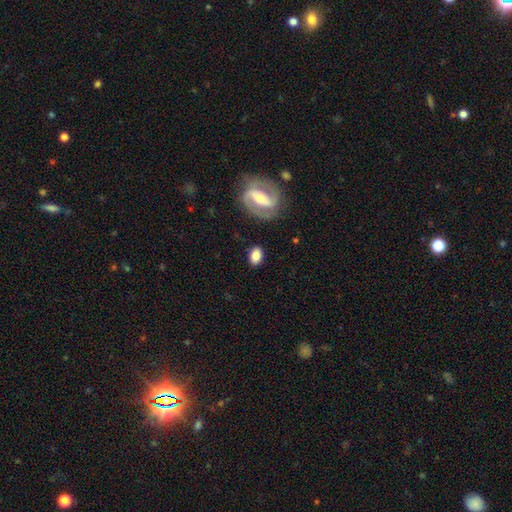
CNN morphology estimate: Smooth or featured? Predicted: smooth (p=0.75). How rounded? Predicted: in between (p=0.85). Merging? Predicted: none (p=0.82).